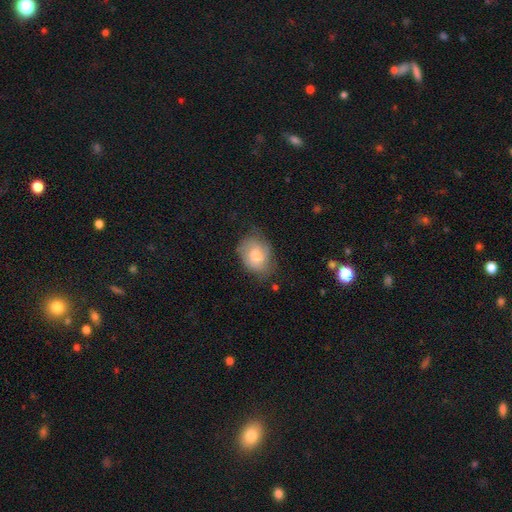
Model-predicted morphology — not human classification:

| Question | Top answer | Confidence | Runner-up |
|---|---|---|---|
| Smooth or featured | smooth | 67% | featured or disk (25%) |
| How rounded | in between | 59% | round (40%) |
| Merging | none | 57% | minor disturbance (30%) |